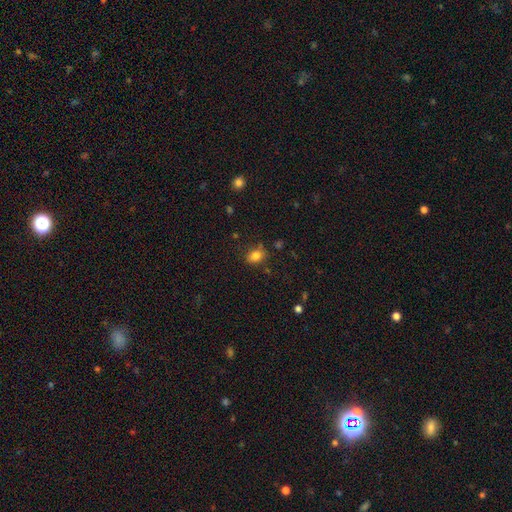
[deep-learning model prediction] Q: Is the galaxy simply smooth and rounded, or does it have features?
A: smooth — 81%.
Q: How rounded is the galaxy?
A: in between — 67%.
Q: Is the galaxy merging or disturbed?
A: none — 75%.